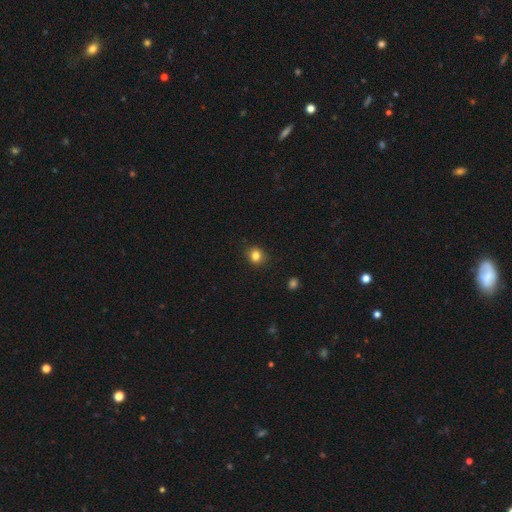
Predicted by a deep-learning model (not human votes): Morphology: type=smooth (83%); roundness=round (79%); merging=none (89%).